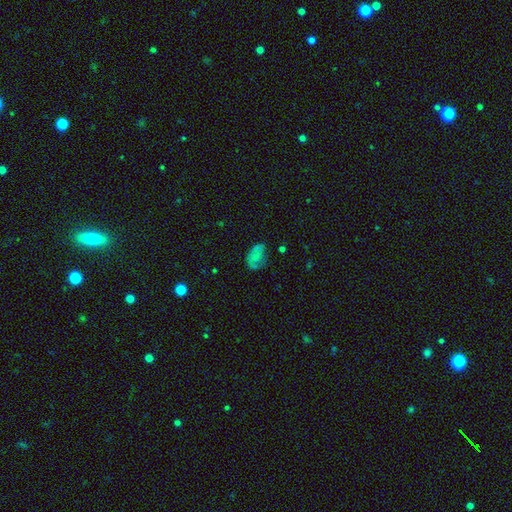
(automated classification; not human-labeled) A smooth galaxy with no disk features (59%) that is in between round and cigar-shaped (85%).

Vote fractions:
- Smooth or featured? smooth: 59% / featured or disk: 27% / star or artifact: 14%
- How rounded? in between: 85% / round: 13% / cigar-shaped: 2%
- Merging? none: 42% / minor disturbance: 30% / major disturbance: 24% / merger: 4%